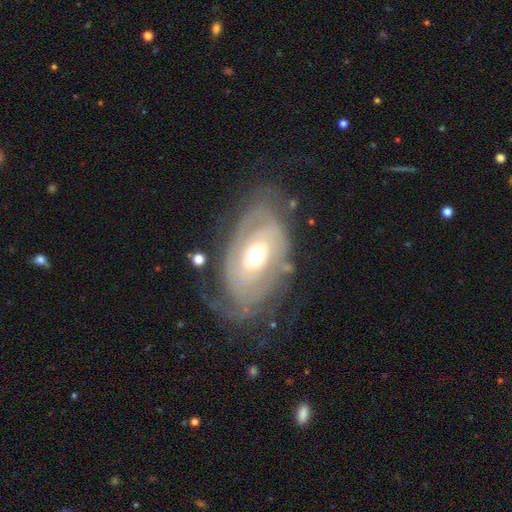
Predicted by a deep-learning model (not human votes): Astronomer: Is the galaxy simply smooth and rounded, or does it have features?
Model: featured or disk — 79%.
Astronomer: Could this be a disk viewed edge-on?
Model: no — 94%.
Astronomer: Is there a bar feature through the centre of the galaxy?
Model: no — 62%.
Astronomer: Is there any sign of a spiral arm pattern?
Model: yes — 81%.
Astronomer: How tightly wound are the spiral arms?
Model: tight — 65%.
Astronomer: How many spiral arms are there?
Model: can't tell — 41% (runner-up: 2, 36%).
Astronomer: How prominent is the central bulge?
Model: moderate — 71%.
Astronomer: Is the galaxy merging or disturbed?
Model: none — 60%.